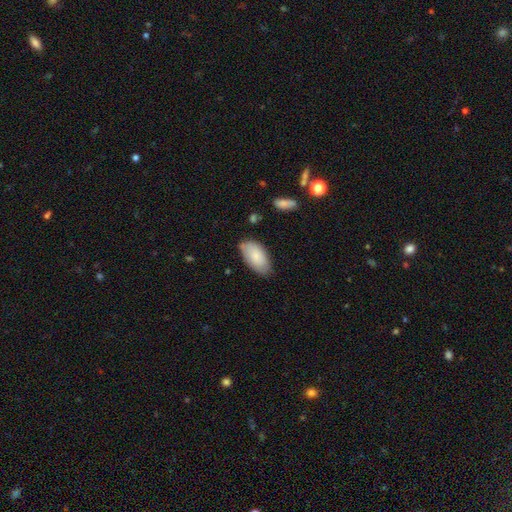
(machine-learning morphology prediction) Smooth or featured?
  - smooth: 82% *
  - featured or disk: 12%
  - star or artifact: 6%
How rounded?
  - in between: 95% *
  - cigar-shaped: 3%
  - round: 2%
Merging?
  - none: 73% *
  - minor disturbance: 21%
  - major disturbance: 4%
  - merger: 3%